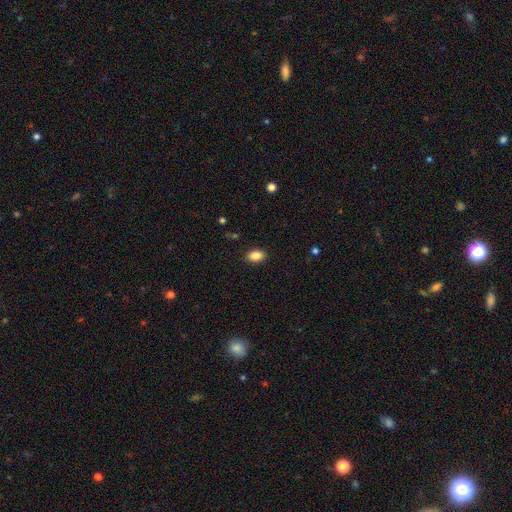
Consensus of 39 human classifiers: Morphology: type=smooth (87%); roundness=in between (79%); merging=none (94%).